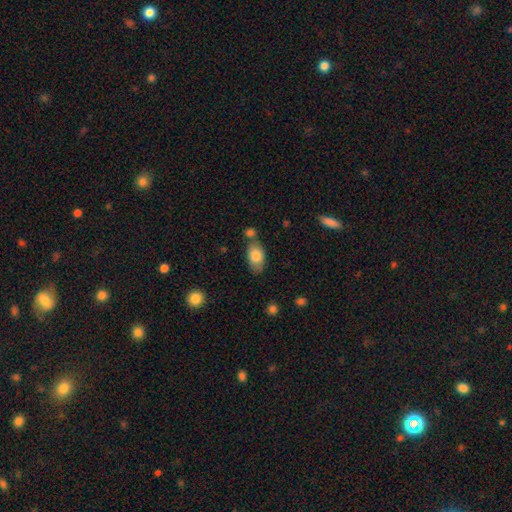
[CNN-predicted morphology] A smooth galaxy with no disk features (82%) that is in between round and cigar-shaped (91%).

Vote fractions:
- Smooth or featured? smooth: 82% / featured or disk: 12% / star or artifact: 7%
- How rounded? in between: 91% / round: 7% / cigar-shaped: 3%
- Merging? none: 60% / minor disturbance: 18% / merger: 17% / major disturbance: 5%